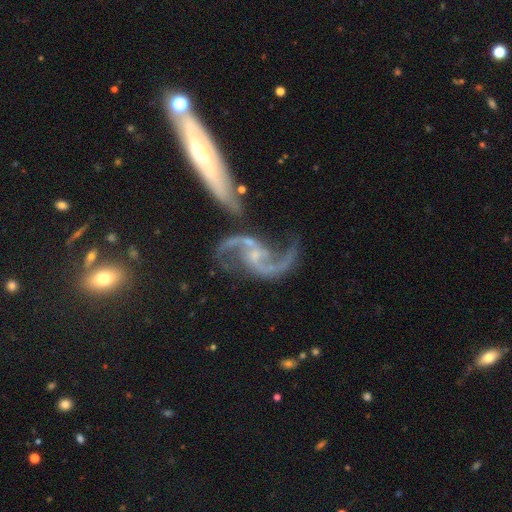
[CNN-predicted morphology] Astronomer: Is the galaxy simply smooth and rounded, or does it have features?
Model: featured or disk — 92%.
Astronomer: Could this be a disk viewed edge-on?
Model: no — 96%.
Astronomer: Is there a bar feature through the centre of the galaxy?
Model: no — 47% (runner-up: weak, 40%).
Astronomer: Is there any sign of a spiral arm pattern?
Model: yes — 97%.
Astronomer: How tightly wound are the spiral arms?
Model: loose — 72%.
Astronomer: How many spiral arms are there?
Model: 2 — 93%.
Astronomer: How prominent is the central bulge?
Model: small — 63%.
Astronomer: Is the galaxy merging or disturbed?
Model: none — 48%.